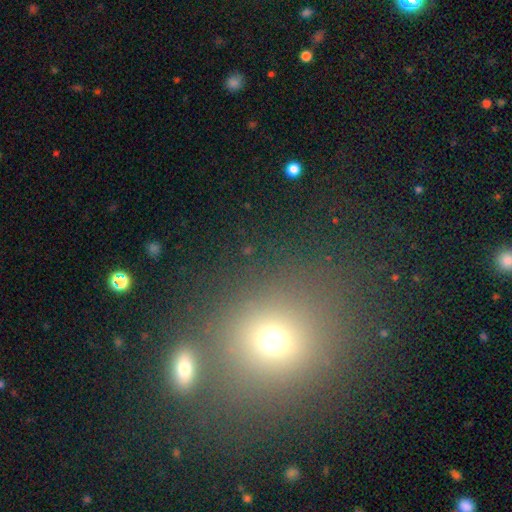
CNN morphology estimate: type=smooth (56%); roundness=round (77%); merging=none (73%).